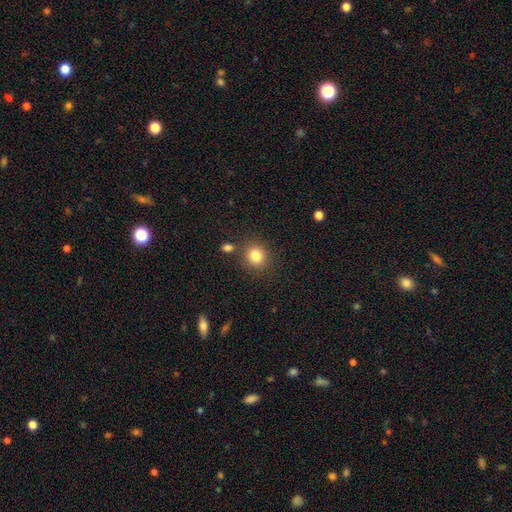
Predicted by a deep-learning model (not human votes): Smooth or featured? smooth (83%)
How rounded? round (81%)
Merging? none (82%)